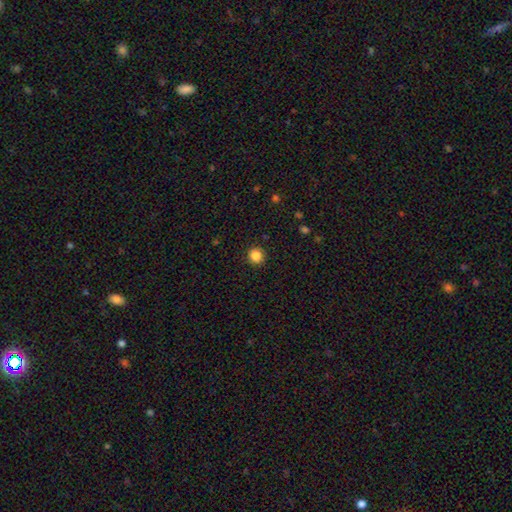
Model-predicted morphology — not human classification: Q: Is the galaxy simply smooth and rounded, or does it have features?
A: smooth — 86%.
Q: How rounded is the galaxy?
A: round — 91%.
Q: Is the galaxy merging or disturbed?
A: none — 92%.